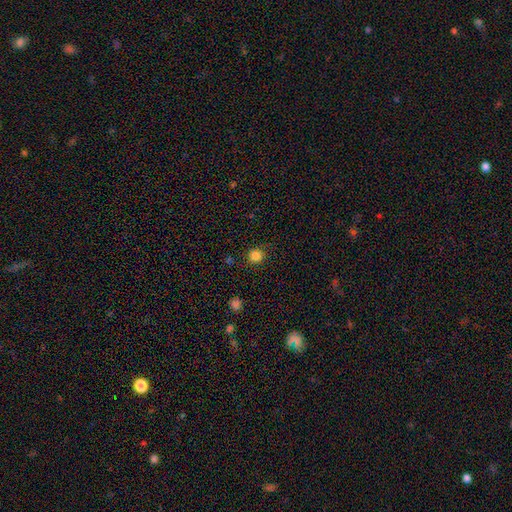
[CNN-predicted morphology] Smooth or featured?
  - smooth: 83% *
  - star or artifact: 13%
  - featured or disk: 4%
How rounded?
  - round: 92% *
  - in between: 7%
  - cigar-shaped: 1%
Merging?
  - none: 86% *
  - minor disturbance: 10%
  - major disturbance: 3%
  - merger: 2%